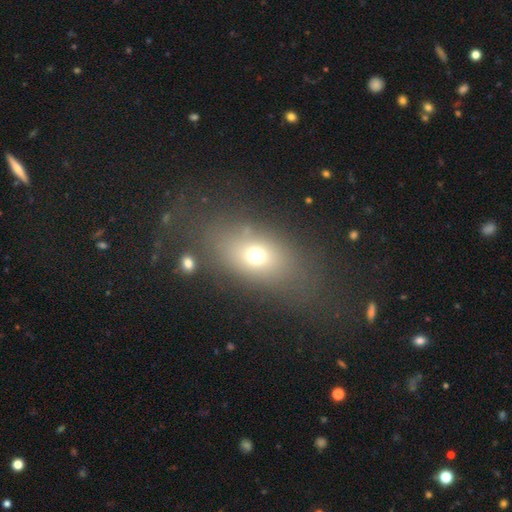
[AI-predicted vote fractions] smooth_or_featured: smooth (p=0.67) [alt: featured or disk p=0.17]
how_rounded: in between (p=0.73) [alt: round p=0.22]
merging: none (p=0.69) [alt: minor disturbance p=0.14]